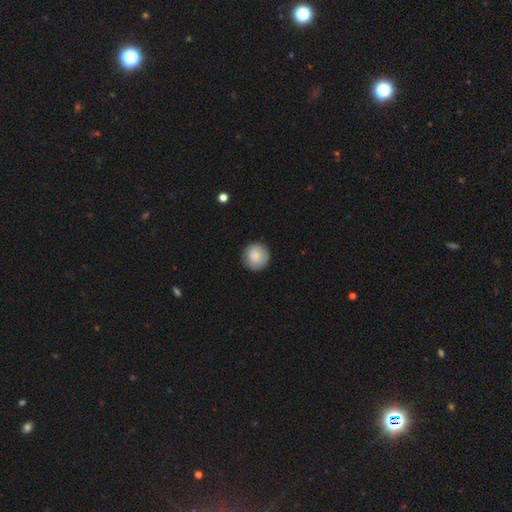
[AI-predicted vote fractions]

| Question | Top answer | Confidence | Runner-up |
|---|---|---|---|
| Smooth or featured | smooth | 86% | featured or disk (7%) |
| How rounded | round | 94% | in between (5%) |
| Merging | none | 88% | minor disturbance (9%) |